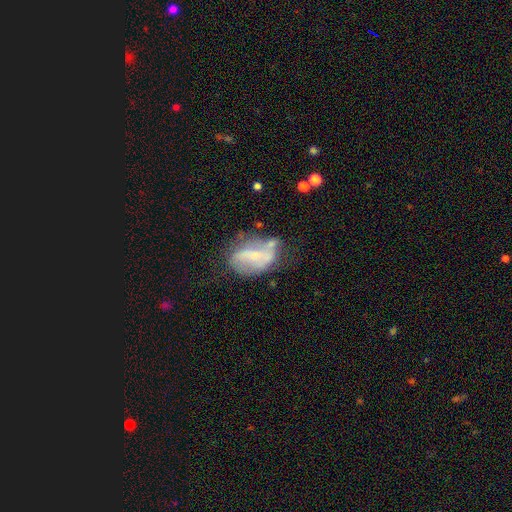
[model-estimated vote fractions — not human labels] Smooth or featured: featured or disk — 59% (smooth — 32%)
Edge-on disk: no — 94% (yes — 6%)
Bar: no — 35% (tied with weak — 35%)
Spiral arms: no — 52% (yes — 48%)
Bulge size: small — 57% (moderate — 24%)
Merging: none — 41% (minor disturbance — 29%)